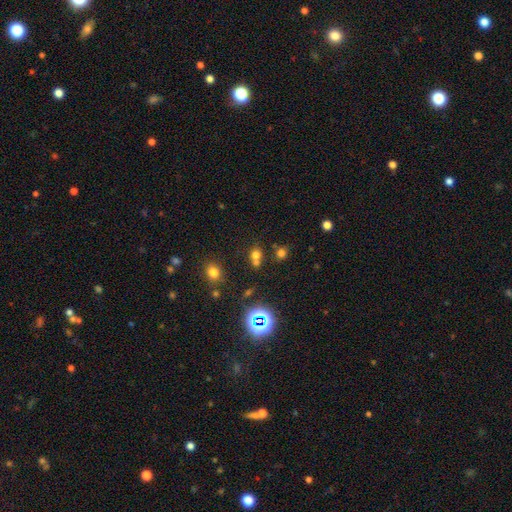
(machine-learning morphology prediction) The model was most divided on "merging": none: 49%, merger: 38%, minor disturbance: 9%, major disturbance: 4%. More confident: how rounded — round (73%); smooth or featured — smooth (60%).